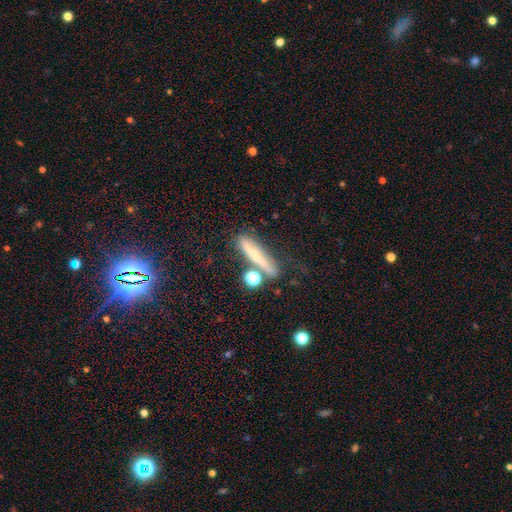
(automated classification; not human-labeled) Smooth or featured: smooth — 52% (featured or disk — 34%)
How rounded: cigar-shaped — 81% (in between — 12%)
Merging: none — 62% (minor disturbance — 18%)